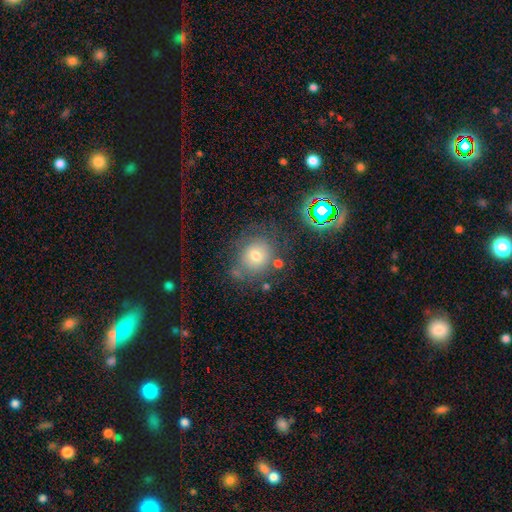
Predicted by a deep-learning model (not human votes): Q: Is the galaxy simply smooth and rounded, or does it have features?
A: smooth — 64%.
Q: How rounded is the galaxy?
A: round — 78%.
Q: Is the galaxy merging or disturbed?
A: none — 63%.